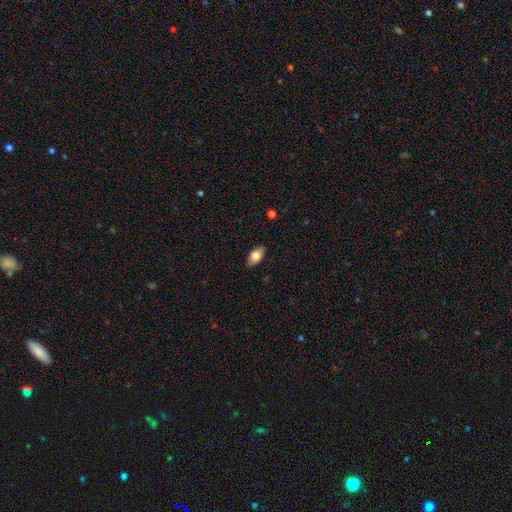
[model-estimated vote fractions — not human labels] smooth-or-featured: smooth: 76% | featured or disk: 17% | star or artifact: 7%
  how-rounded: in between: 90% | cigar-shaped: 5% | round: 4%
  merging: none: 85% | minor disturbance: 11% | major disturbance: 2% | merger: 1%